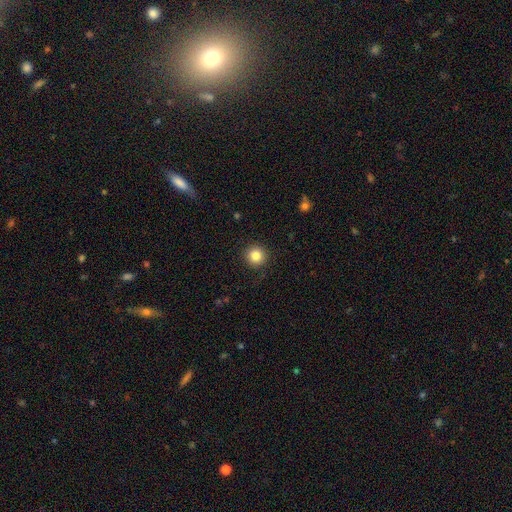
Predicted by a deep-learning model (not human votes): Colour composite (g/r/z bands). It shows a smooth galaxy with no disk features (84%) that is round (95%). Merging: none (91%).